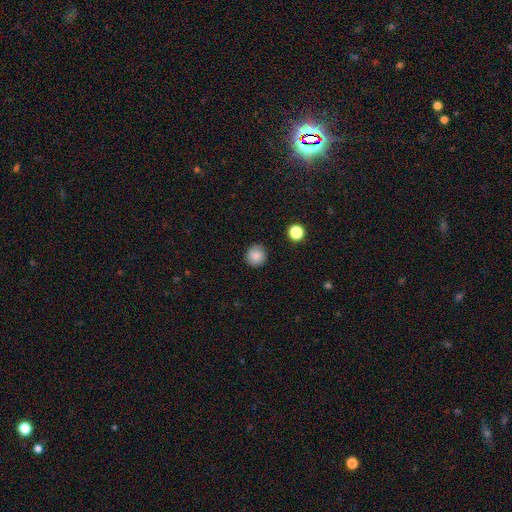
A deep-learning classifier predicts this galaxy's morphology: smooth-or-featured: smooth: 85% | star or artifact: 9% | featured or disk: 6%
  how-rounded: round: 92% | in between: 7% | cigar-shaped: 1%
  merging: none: 88% | minor disturbance: 8% | major disturbance: 2% | merger: 1%